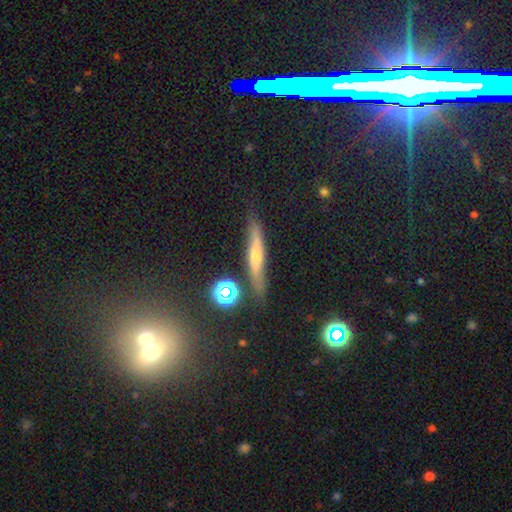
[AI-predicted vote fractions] This is possibly a featured or disk galaxy (51%). It is clearly viewed edge-on (87%). Merging: likely none (77%).